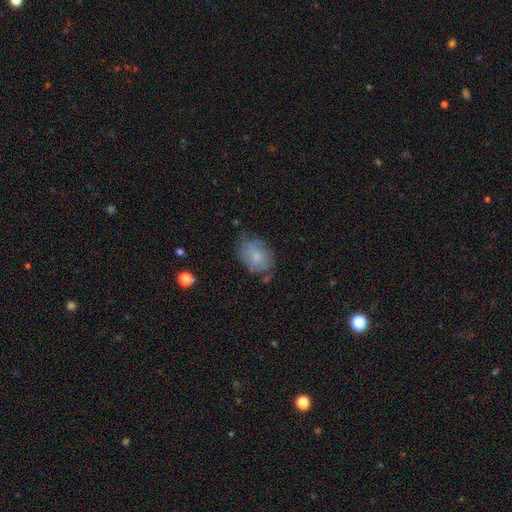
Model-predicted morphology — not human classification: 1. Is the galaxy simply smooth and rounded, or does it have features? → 67% smooth, 25% featured or disk, 8% star or artifact.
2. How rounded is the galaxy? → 80% in between, 19% round, 1% cigar-shaped.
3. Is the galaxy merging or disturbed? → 60% none, 29% minor disturbance, 8% major disturbance, 3% merger.